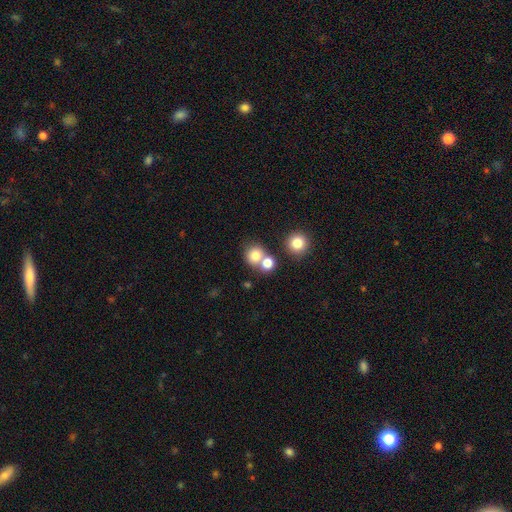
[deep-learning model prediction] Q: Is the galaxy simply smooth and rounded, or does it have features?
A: smooth — 78%.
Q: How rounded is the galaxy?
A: round — 83%.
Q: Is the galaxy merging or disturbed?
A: none — 53%.